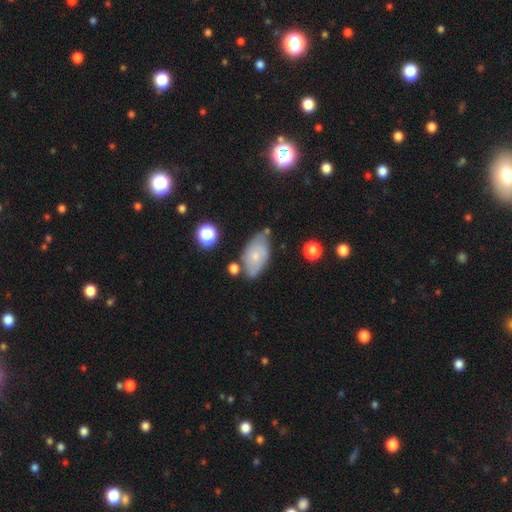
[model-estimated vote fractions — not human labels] Smooth or featured: smooth — 53% (featured or disk — 40%)
How rounded: in between — 91% (round — 6%)
Merging: none — 59% (minor disturbance — 27%)